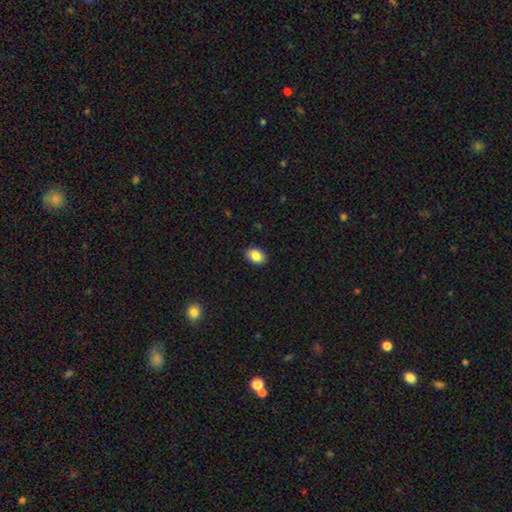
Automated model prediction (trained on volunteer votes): smooth 86%, star or artifact 8%, featured or disk 6%. Down the decision tree: how rounded — in between (74%); merging — none (89%).